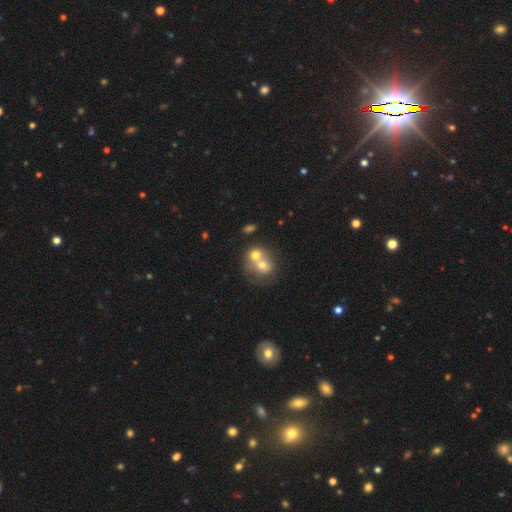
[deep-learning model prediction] Q: Smooth or featured?
A: smooth (62%); runner-up: featured or disk (28%)
Q: How rounded?
A: round (70%); runner-up: in between (30%)
Q: Merging?
A: merger (70%); runner-up: none (21%)